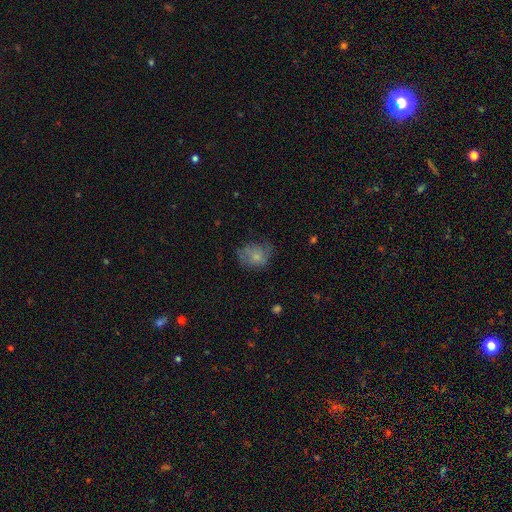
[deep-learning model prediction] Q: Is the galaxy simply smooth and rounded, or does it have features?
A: smooth — 72%.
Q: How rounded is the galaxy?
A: round — 53%.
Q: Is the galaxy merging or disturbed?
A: none — 54%.